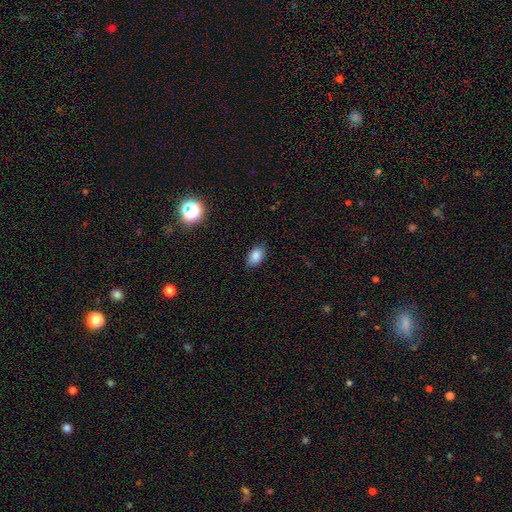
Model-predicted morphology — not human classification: Smooth or featured? Predicted: smooth (p=0.85). How rounded? Predicted: in between (p=0.86). Merging? Predicted: none (p=0.83).